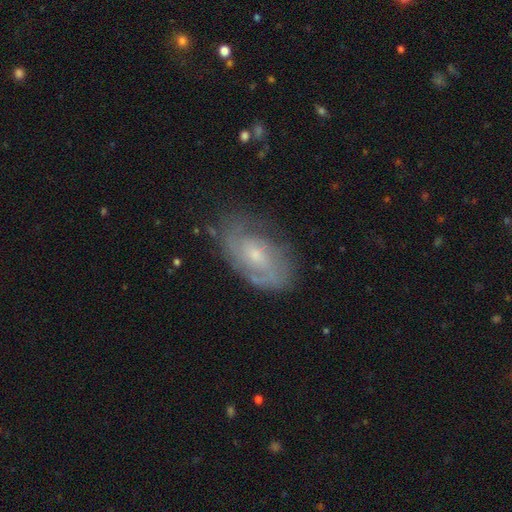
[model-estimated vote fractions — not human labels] Q: Smooth or featured?
A: featured or disk (76%); runner-up: smooth (17%)
Q: Edge-on disk?
A: no (96%); runner-up: yes (4%)
Q: Bar?
A: no (61%); runner-up: weak (34%)
Q: Spiral arms?
A: yes (89%); runner-up: no (11%)
Q: Spiral winding?
A: tight (47%); runner-up: medium (39%)
Q: Spiral arm count?
A: 2 (50%); runner-up: can't tell (30%)
Q: Bulge size?
A: small (58%); runner-up: moderate (36%)
Q: Merging?
A: none (71%); runner-up: minor disturbance (20%)